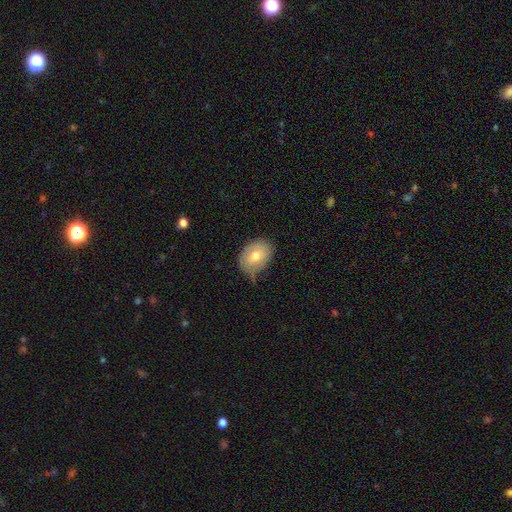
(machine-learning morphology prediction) type=smooth (71%); roundness=in between (72%); merging=none (57%).